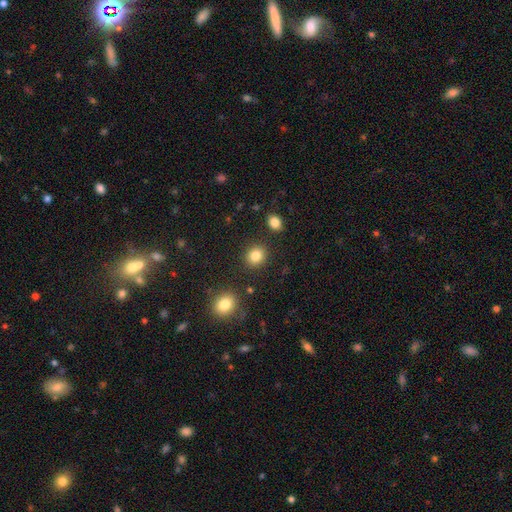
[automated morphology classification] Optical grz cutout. It shows a smooth galaxy with no disk features (85%) that is round (80%). Merging: none (88%).